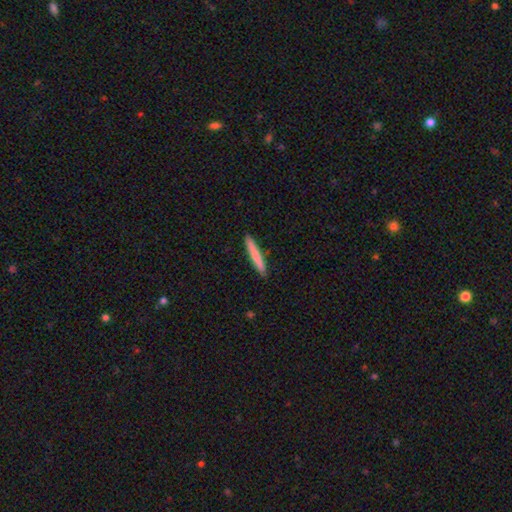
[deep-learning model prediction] Smooth or featured: smooth — 78% (featured or disk — 17%)
How rounded: cigar-shaped — 96% (in between — 3%)
Merging: none — 91% (minor disturbance — 6%)